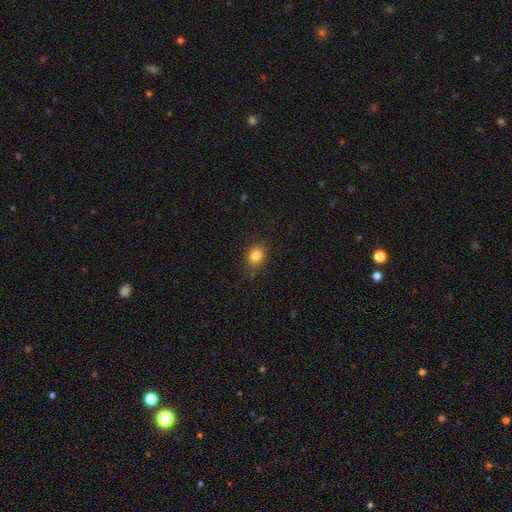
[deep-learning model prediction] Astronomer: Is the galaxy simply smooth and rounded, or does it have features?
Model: smooth — 83%.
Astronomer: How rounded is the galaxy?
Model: round — 69%.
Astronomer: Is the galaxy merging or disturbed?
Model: none — 80%.